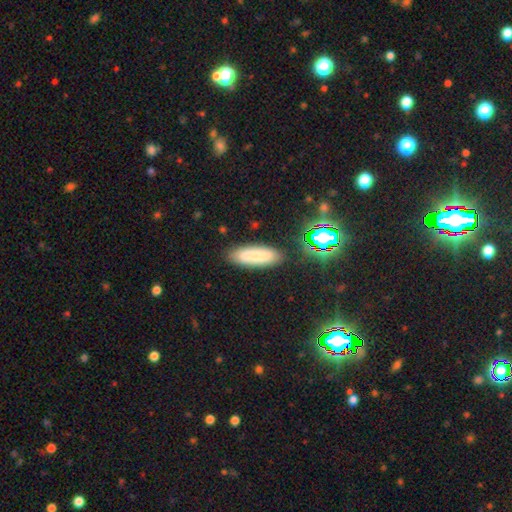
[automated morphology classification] type=smooth (67%); roundness=in between (53%); merging=none (84%).